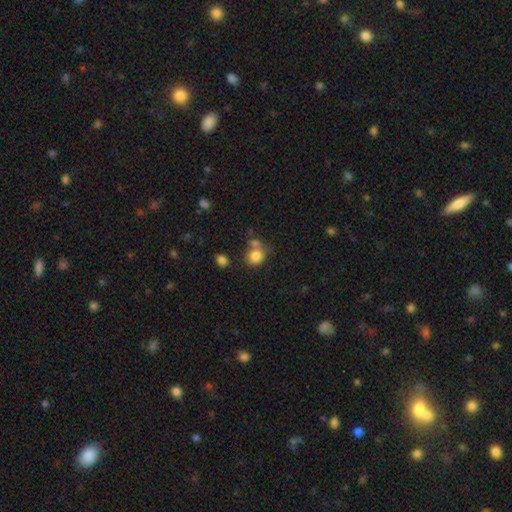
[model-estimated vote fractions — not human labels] Smooth or featured?
  - smooth: 82% *
  - star or artifact: 11%
  - featured or disk: 7%
How rounded?
  - round: 75% *
  - in between: 24%
  - cigar-shaped: 1%
Merging?
  - none: 55% *
  - merger: 26%
  - minor disturbance: 13%
  - major disturbance: 5%